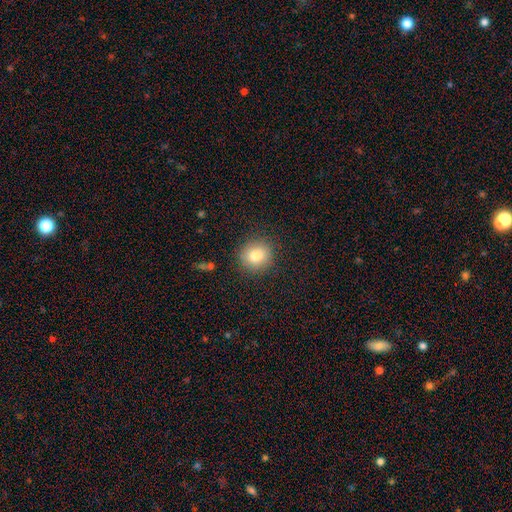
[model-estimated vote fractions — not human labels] Smooth or featured: smooth — 80% (star or artifact — 11%)
How rounded: round — 87% (in between — 12%)
Merging: none — 88% (minor disturbance — 8%)